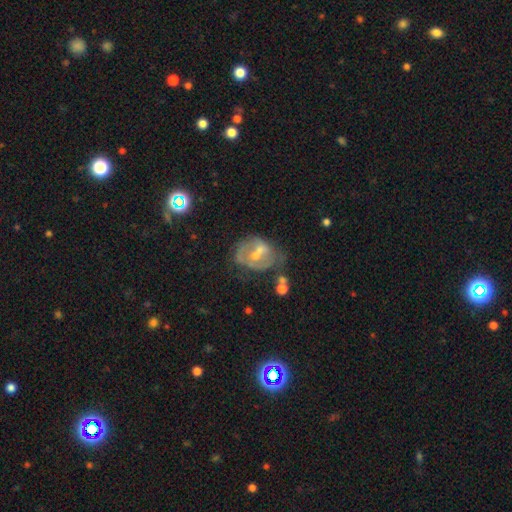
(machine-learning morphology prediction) Smooth or featured?
  - featured or disk: 67% *
  - smooth: 20%
  - star or artifact: 13%
Edge-on disk?
  - no: 96% *
  - yes: 4%
Bar?
  - weak: 44% *
  - no: 35%
  - strong: 21%
Spiral arms?
  - yes: 58% *
  - no: 42%
Bulge size?
  - small: 47% *
  - moderate: 44%
  - none: 5%
  - large: 2%
  - dominant: 1%
Merging?
  - none: 46% *
  - minor disturbance: 23%
  - major disturbance: 17%
  - merger: 14%